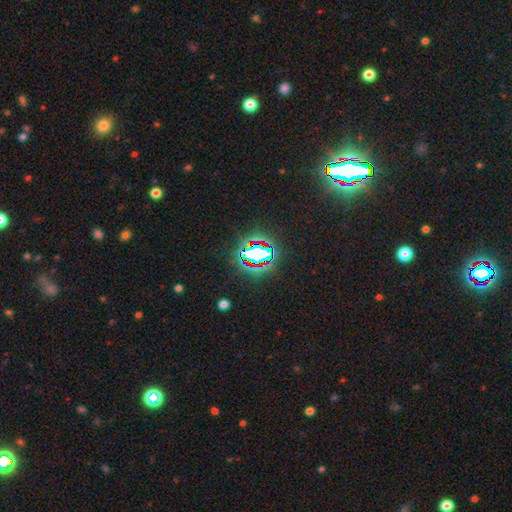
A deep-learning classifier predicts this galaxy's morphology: Smooth or featured? Predicted: star or artifact (p=0.68).